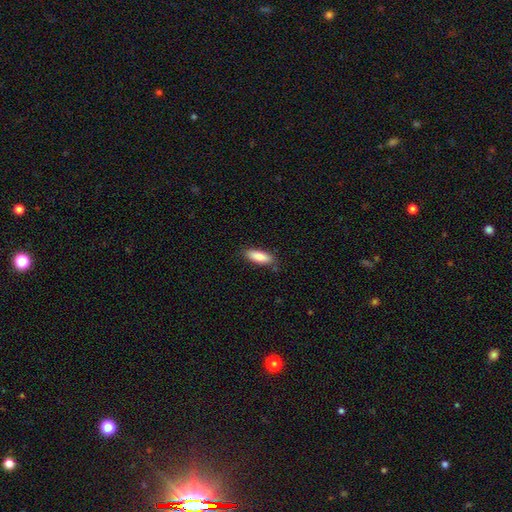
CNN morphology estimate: Smooth or featured? smooth (84%)
How rounded? in between (67%)
Merging? none (82%)